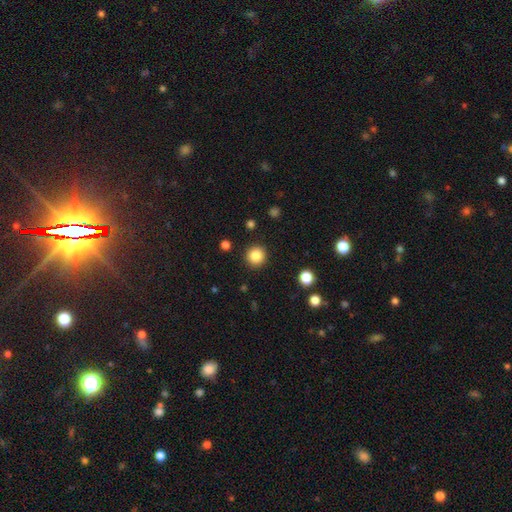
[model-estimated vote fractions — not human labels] smooth-or-featured: smooth: 85% | star or artifact: 10% | featured or disk: 4%
  how-rounded: round: 94% | in between: 5% | cigar-shaped: 1%
  merging: none: 92% | minor disturbance: 5% | major disturbance: 2% | merger: 1%